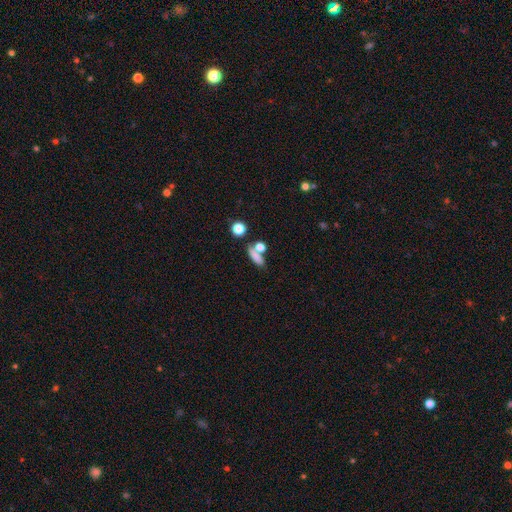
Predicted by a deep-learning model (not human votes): The model was most divided on "how rounded": in between: 43%, cigar-shaped: 38%, round: 19%. More confident: smooth or featured — smooth (75%); merging — none (55%).